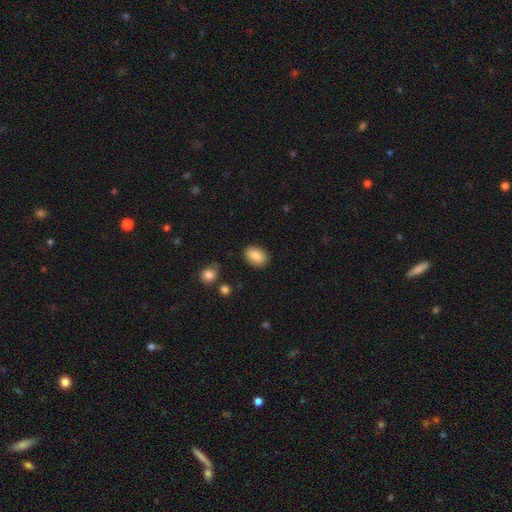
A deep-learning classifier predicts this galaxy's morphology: smooth-or-featured: smooth: 87% | star or artifact: 7% | featured or disk: 6%
  how-rounded: in between: 83% | round: 16% | cigar-shaped: 1%
  merging: none: 84% | minor disturbance: 12% | major disturbance: 3% | merger: 2%